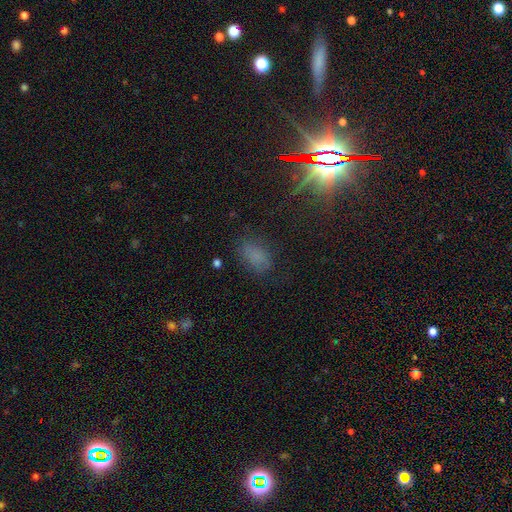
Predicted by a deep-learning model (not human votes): Overall: smooth (58%; star or artifact 30%). How rounded: in between (88%). Merging: none (71%).